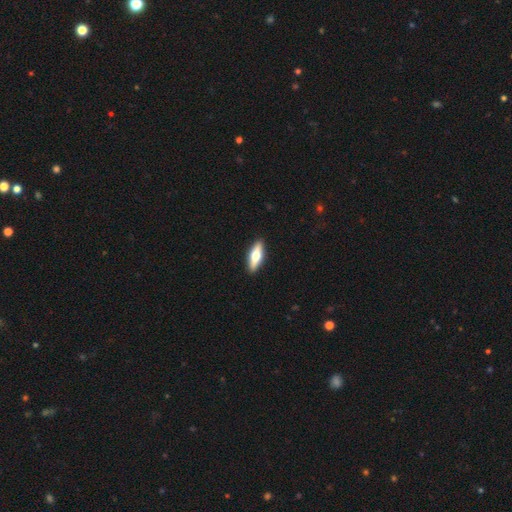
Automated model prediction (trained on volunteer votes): smooth-or-featured: smooth: 52% | featured or disk: 43% | star or artifact: 5%
  how-rounded: in between: 51% | cigar-shaped: 46% | round: 3%
  merging: none: 91% | minor disturbance: 6% | major disturbance: 2% | merger: 1%